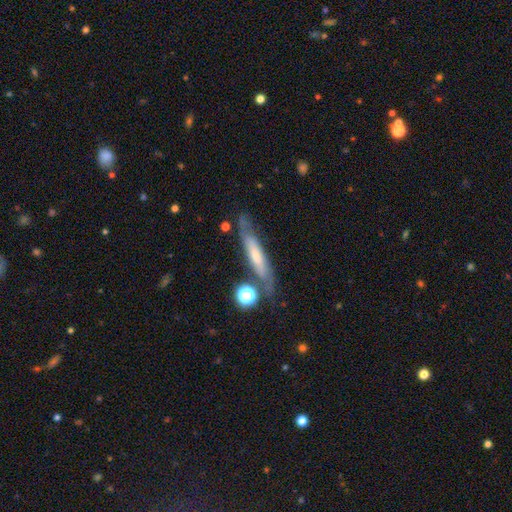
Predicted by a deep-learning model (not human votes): A featured or disk galaxy (57%) viewed edge-on (62%). Merging: none (68%).